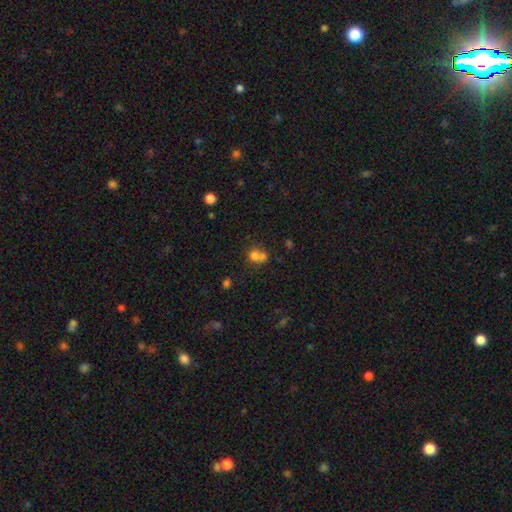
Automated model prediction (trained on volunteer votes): The model was most divided on "merging": merger: 55%, none: 30%, minor disturbance: 9%, major disturbance: 5%. More confident: smooth or featured — smooth (72%); how rounded — round (71%).